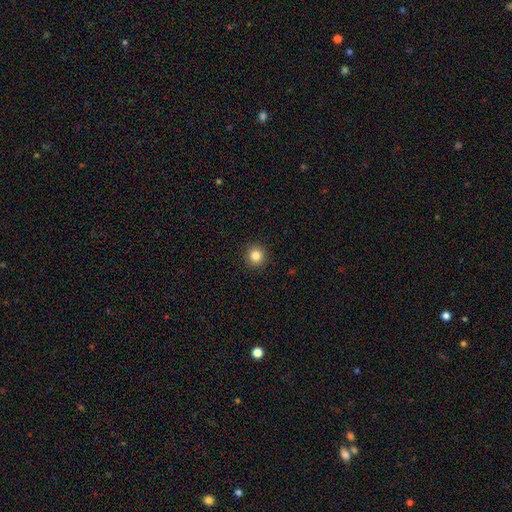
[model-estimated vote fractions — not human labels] smooth-or-featured: smooth: 84% | star or artifact: 11% | featured or disk: 5%
  how-rounded: round: 94% | in between: 5% | cigar-shaped: 1%
  merging: none: 92% | minor disturbance: 5% | major disturbance: 2% | merger: 1%